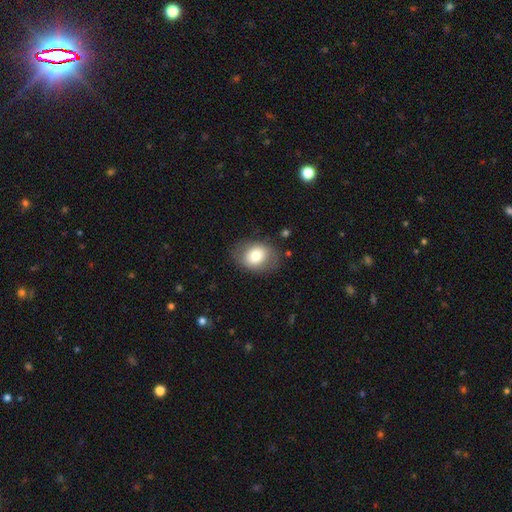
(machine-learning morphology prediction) Overall: smooth (74%). How rounded: in between (63%; round 36%). Merging: none (78%).